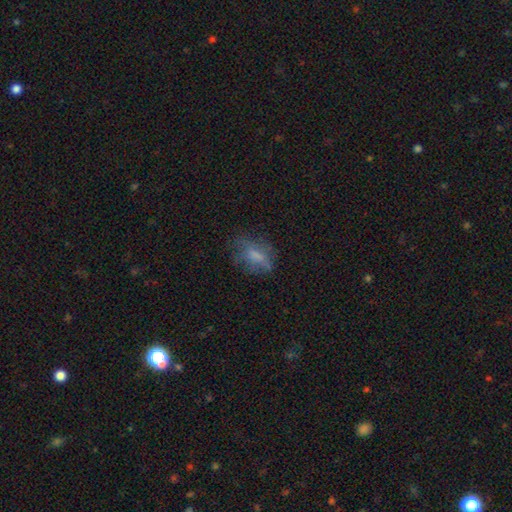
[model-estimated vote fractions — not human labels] Smooth or featured?
  - smooth: 59% *
  - featured or disk: 28%
  - star or artifact: 14%
How rounded?
  - in between: 74% *
  - round: 18%
  - cigar-shaped: 9%
Merging?
  - none: 56% *
  - minor disturbance: 23%
  - major disturbance: 19%
  - merger: 2%